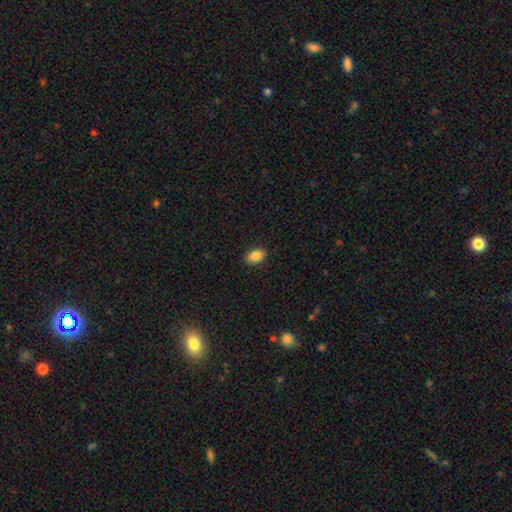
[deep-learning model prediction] The model was most divided on "smooth or featured": smooth: 85%, star or artifact: 8%, featured or disk: 6%. More confident: merging — none (88%); how rounded — in between (88%).